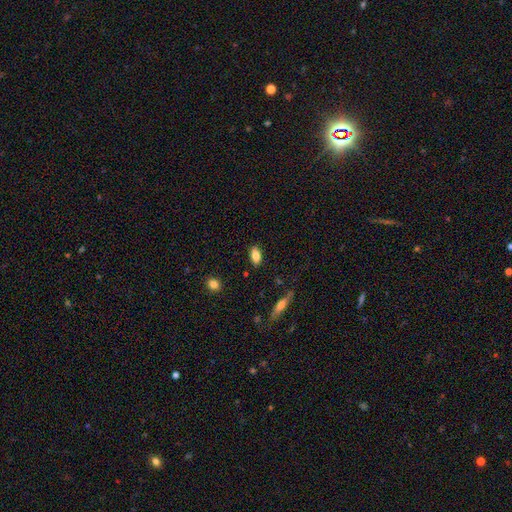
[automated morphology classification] Smooth or featured? smooth (81%)
How rounded? in between (87%)
Merging? none (86%)